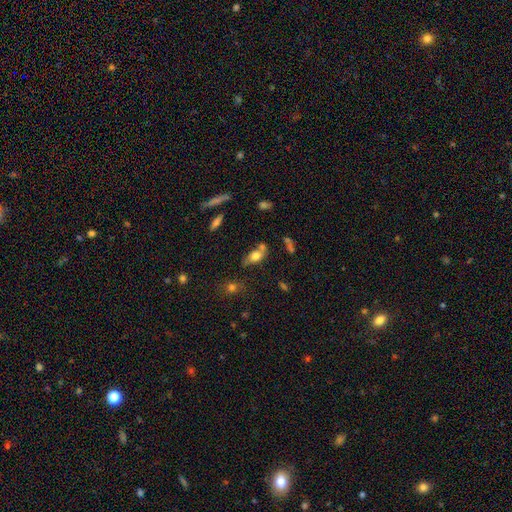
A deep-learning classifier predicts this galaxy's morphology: Smooth or featured: smooth — 70% (featured or disk — 19%)
How rounded: in between — 79% (round — 14%)
Merging: none — 48% (merger — 24%)